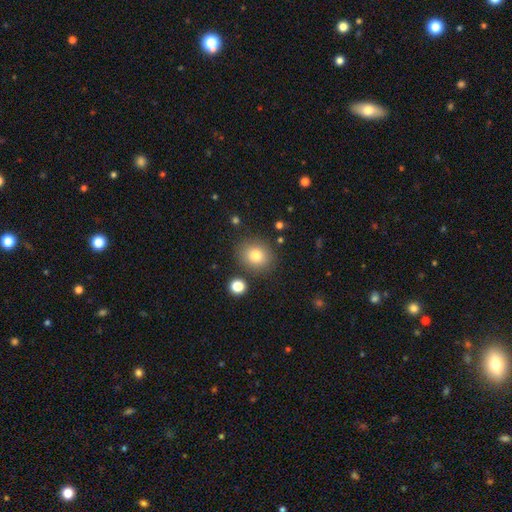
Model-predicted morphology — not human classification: Smooth or featured? smooth (80%)
How rounded? round (75%)
Merging? none (84%)